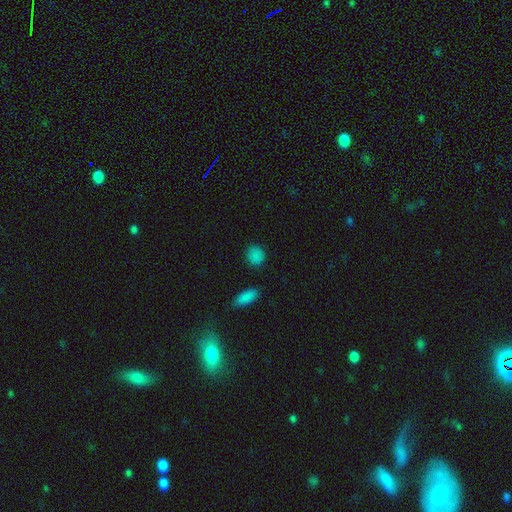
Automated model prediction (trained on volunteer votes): This appears to be a smooth galaxy with no disk features (85%) that is round (73%). Merging: none (85%).